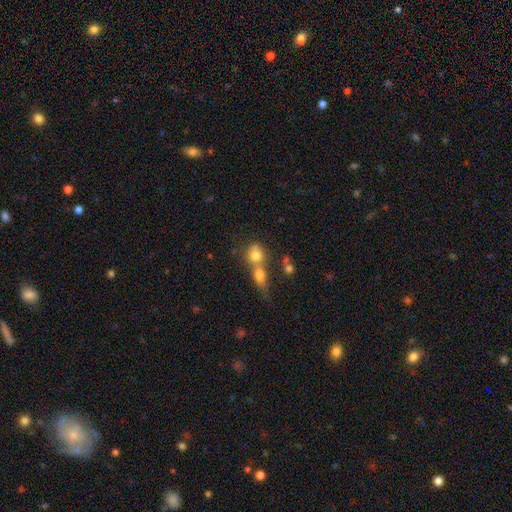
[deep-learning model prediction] Smooth or featured? smooth (72%)
How rounded? round (65%)
Merging? merger (64%)